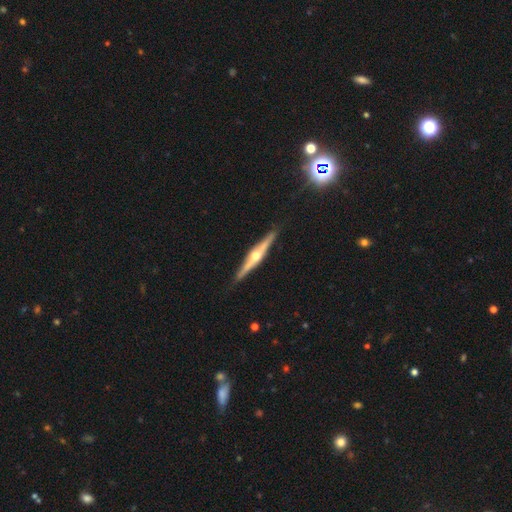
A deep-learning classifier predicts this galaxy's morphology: Smooth or featured? Predicted: featured or disk (p=0.80). Edge-on disk? Predicted: yes (p=0.98). Edge-on bulge? Predicted: rounded (p=0.93). Merging? Predicted: none (p=0.90).